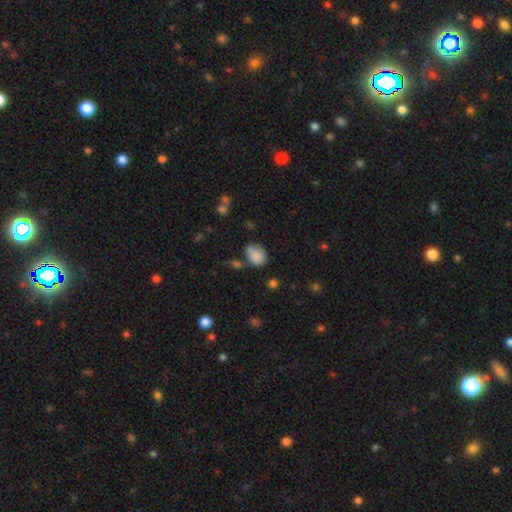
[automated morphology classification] Smooth or featured: smooth — 80% (featured or disk — 10%)
How rounded: in between — 61% (round — 38%)
Merging: none — 44% (minor disturbance — 29%)